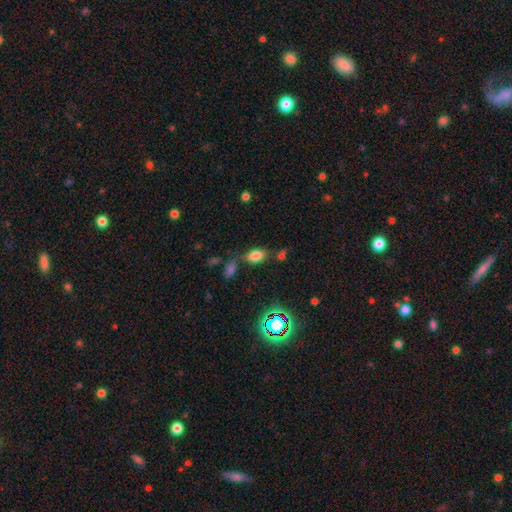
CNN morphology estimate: Smooth or featured?
  - smooth: 75% *
  - star or artifact: 14%
  - featured or disk: 11%
How rounded?
  - in between: 89% *
  - round: 8%
  - cigar-shaped: 3%
Merging?
  - none: 65% *
  - minor disturbance: 16%
  - merger: 13%
  - major disturbance: 6%